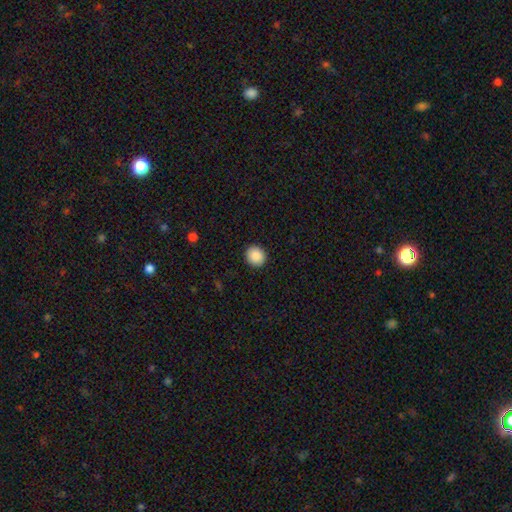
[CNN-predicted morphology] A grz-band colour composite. It shows a smooth galaxy with no disk features (88%) that is round (84%). Merging: none (92%).